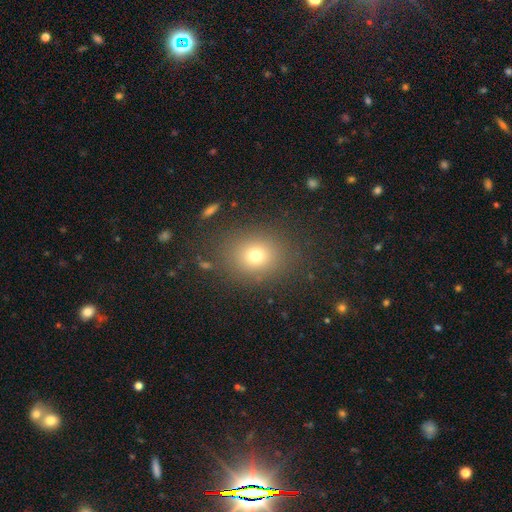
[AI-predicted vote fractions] Smooth or featured? Predicted: smooth (p=0.74). How rounded? Predicted: round (p=0.60). Merging? Predicted: none (p=0.84).